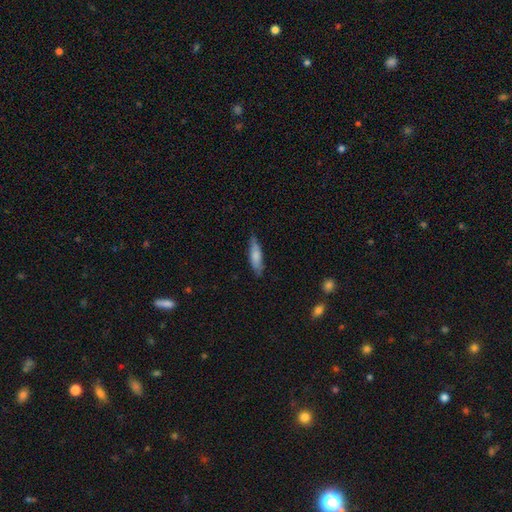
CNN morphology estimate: Smooth or featured? Predicted: smooth (p=0.73). How rounded? Predicted: cigar-shaped (p=0.64). Merging? Predicted: none (p=0.79).